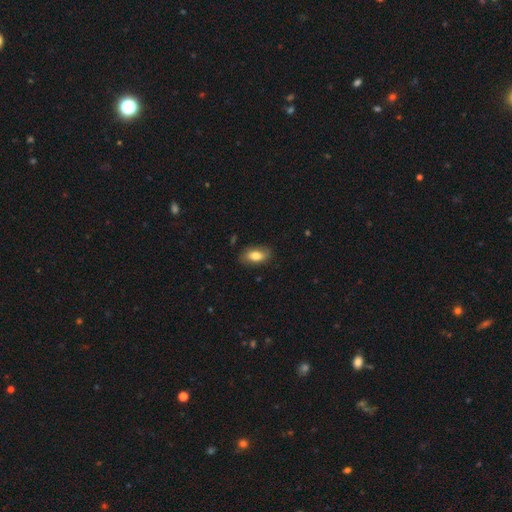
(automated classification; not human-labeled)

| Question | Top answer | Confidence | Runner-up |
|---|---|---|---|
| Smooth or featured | smooth | 72% | featured or disk (21%) |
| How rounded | in between | 90% | round (6%) |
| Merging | none | 76% | minor disturbance (18%) |